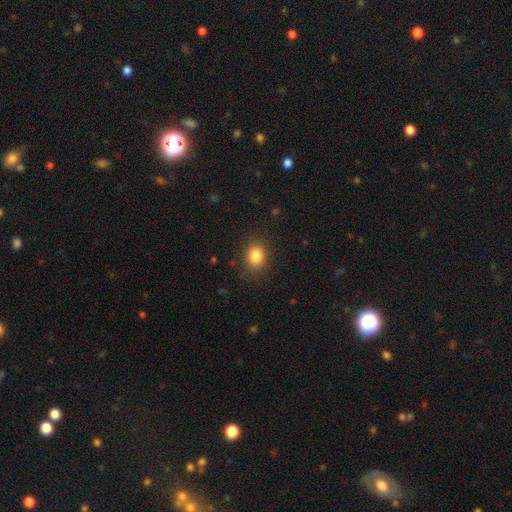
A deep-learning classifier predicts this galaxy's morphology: A smooth galaxy with no disk features (85%) that is in between round and cigar-shaped (52%).

Vote fractions:
- Smooth or featured? smooth: 85% / star or artifact: 10% / featured or disk: 5%
- How rounded? in between: 52% / round: 47% / cigar-shaped: 1%
- Merging? none: 85% / minor disturbance: 10% / major disturbance: 4% / merger: 1%